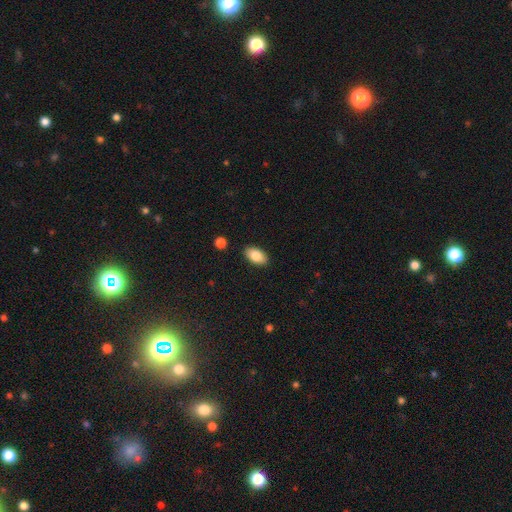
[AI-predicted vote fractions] A smooth galaxy with no disk features (85%) that is in between round and cigar-shaped (93%).

Vote fractions:
- Smooth or featured? smooth: 85% / featured or disk: 8% / star or artifact: 7%
- How rounded? in between: 93% / round: 5% / cigar-shaped: 2%
- Merging? none: 89% / minor disturbance: 8% / major disturbance: 2% / merger: 1%